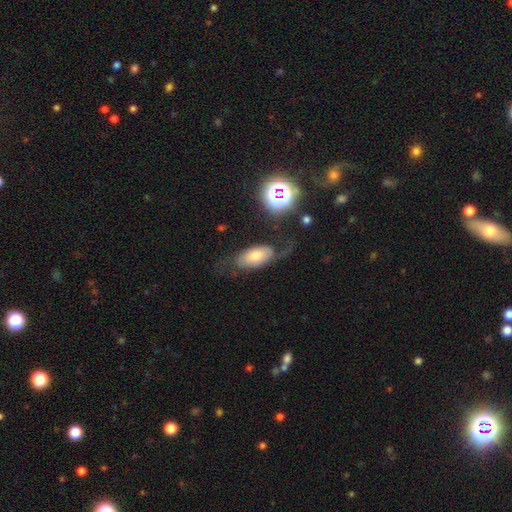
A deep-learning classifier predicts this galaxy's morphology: A featured or disk galaxy (46%). Merging: none (55%).